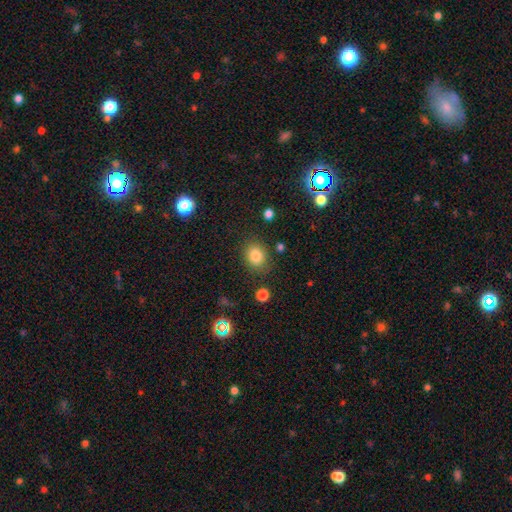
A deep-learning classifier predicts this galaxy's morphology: Smooth or featured?
  - smooth: 82% *
  - star or artifact: 12%
  - featured or disk: 6%
How rounded?
  - round: 59% *
  - in between: 40%
  - cigar-shaped: 1%
Merging?
  - none: 82% *
  - minor disturbance: 11%
  - major disturbance: 4%
  - merger: 3%